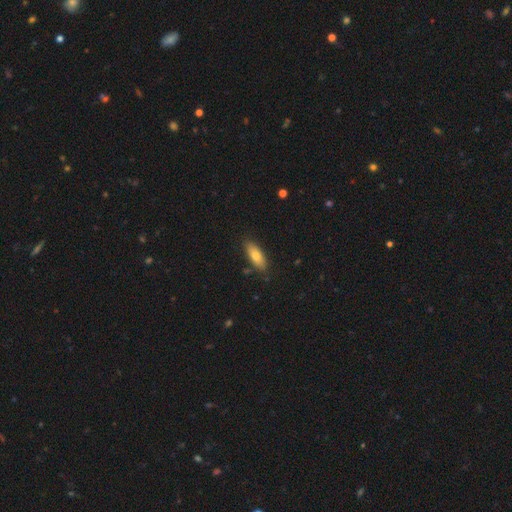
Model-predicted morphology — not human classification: Smooth or featured?
  - smooth: 75% *
  - featured or disk: 19%
  - star or artifact: 7%
How rounded?
  - in between: 71% *
  - cigar-shaped: 27%
  - round: 2%
Merging?
  - none: 83% *
  - minor disturbance: 13%
  - major disturbance: 2%
  - merger: 2%